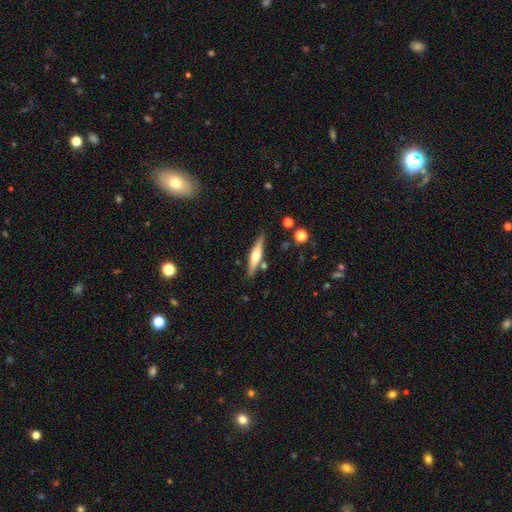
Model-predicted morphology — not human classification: Smooth or featured? featured or disk (55%)
Edge-on disk? yes (95%)
Edge-on bulge? rounded (89%)
Merging? none (82%)